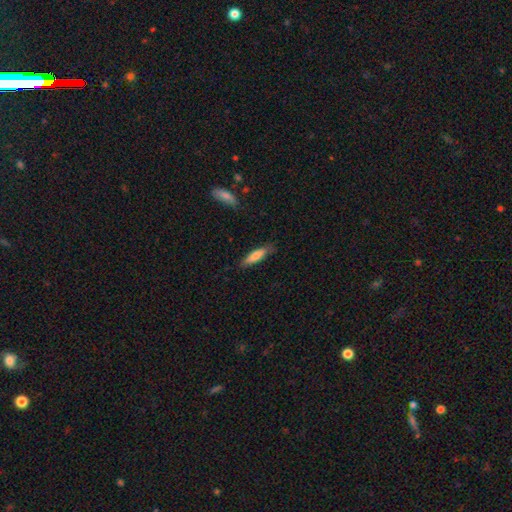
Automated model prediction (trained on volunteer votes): Smooth or featured? smooth (76%)
How rounded? cigar-shaped (68%)
Merging? none (79%)